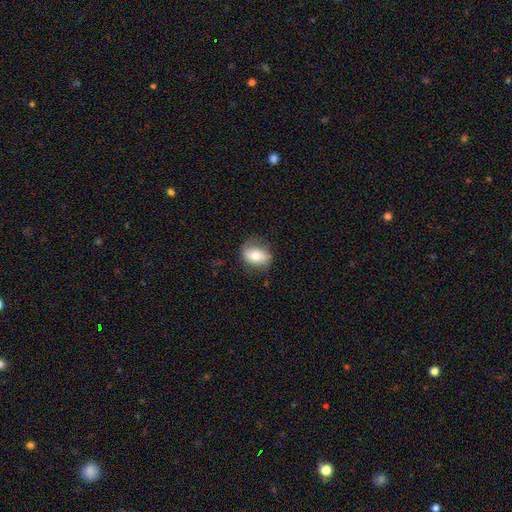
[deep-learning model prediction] A smooth galaxy with no disk features (68%) that is in between round and cigar-shaped (71%). Merging: none (73%).